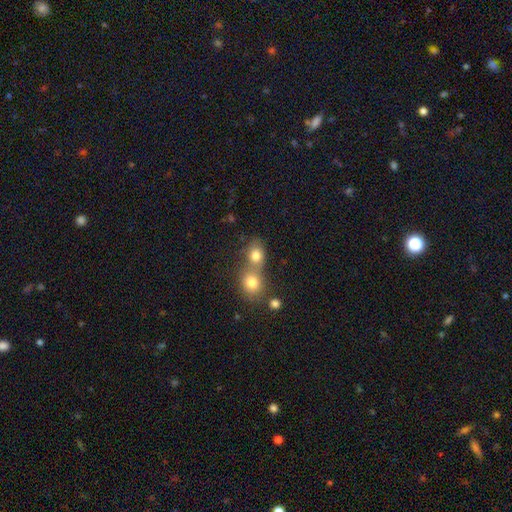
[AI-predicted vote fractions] This appears to be a smooth galaxy with no disk features (79%) that is round (60%). Merging: merger (55%).